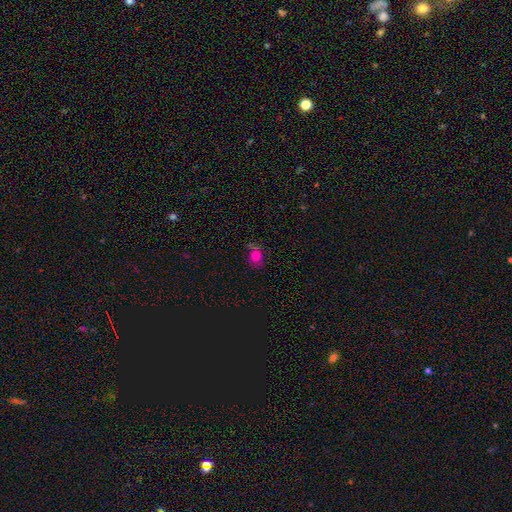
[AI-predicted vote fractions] Smooth or featured?
  - smooth: 72% *
  - star or artifact: 17%
  - featured or disk: 11%
How rounded?
  - round: 57% *
  - in between: 42%
  - cigar-shaped: 1%
Merging?
  - none: 60% *
  - minor disturbance: 23%
  - major disturbance: 9%
  - merger: 8%